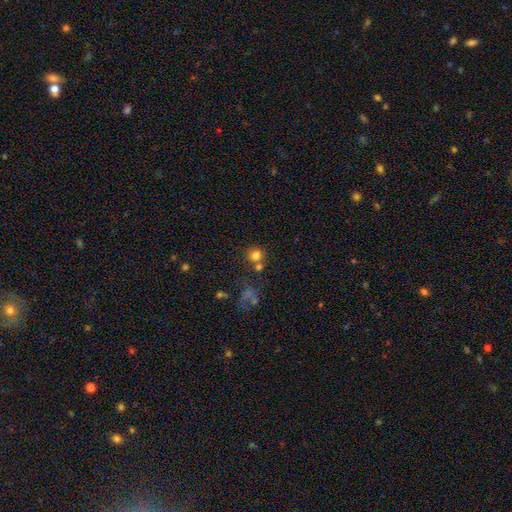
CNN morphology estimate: A smooth galaxy with no disk features (77%) that is round (83%). Merging: none (59%).